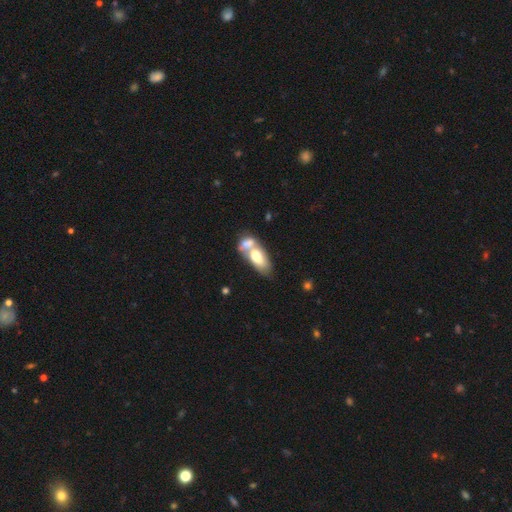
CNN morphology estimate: smooth 64%, featured or disk 29%, star or artifact 7%. Down the decision tree: how rounded — in between (85%); merging — merger (70%).